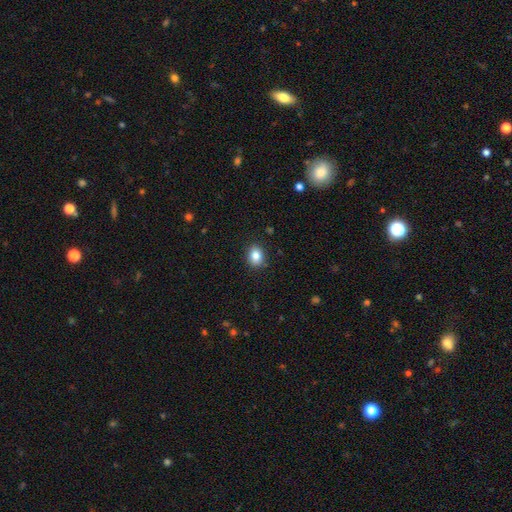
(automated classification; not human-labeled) The model was most divided on "how rounded": round: 50%, in between: 49%, cigar-shaped: 1%. More confident: merging — none (89%); smooth or featured — smooth (85%).